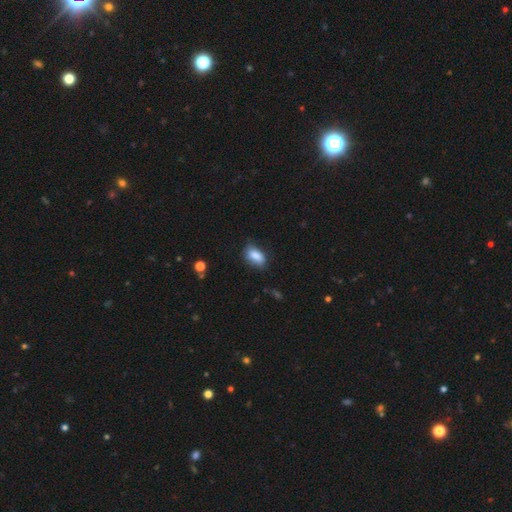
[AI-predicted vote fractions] A smooth galaxy with no disk features (85%) that is in between round and cigar-shaped (89%). Merging: none (68%).